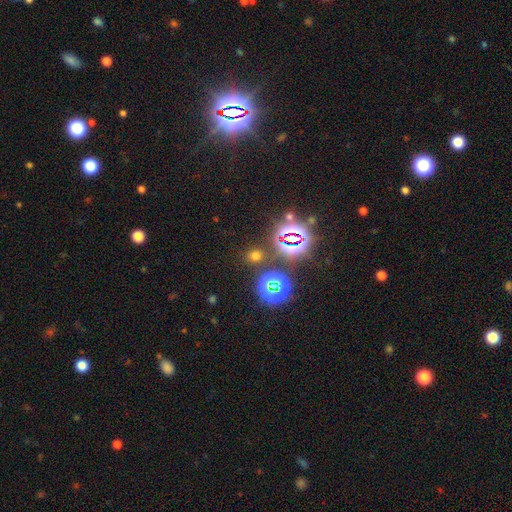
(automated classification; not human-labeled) The model was most divided on "smooth or featured": smooth: 52%, star or artifact: 42%, featured or disk: 6%. More confident: merging — none (82%); how rounded — round (73%).